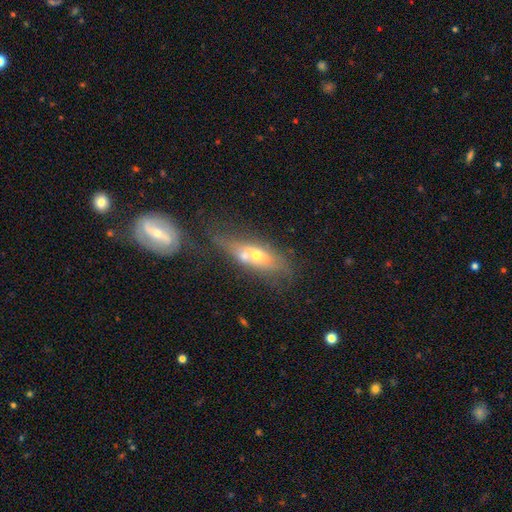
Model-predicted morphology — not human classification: Smooth or featured?
  - featured or disk: 48% *
  - smooth: 42%
  - star or artifact: 10%
Merging?
  - merger: 38% *
  - none: 32%
  - minor disturbance: 17%
  - major disturbance: 13%